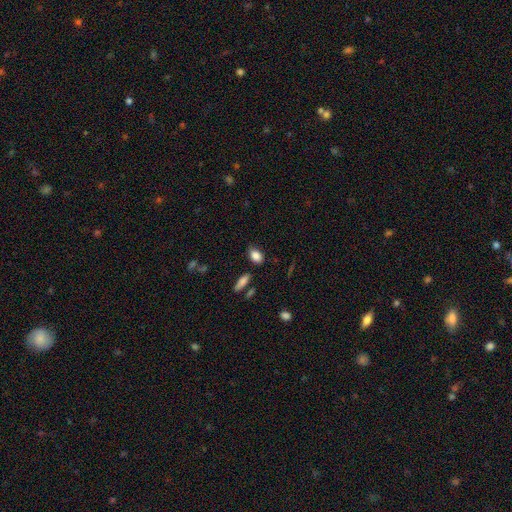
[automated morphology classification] A smooth galaxy with no disk features (85%) that is in between round and cigar-shaped (84%). Merging: none (78%).